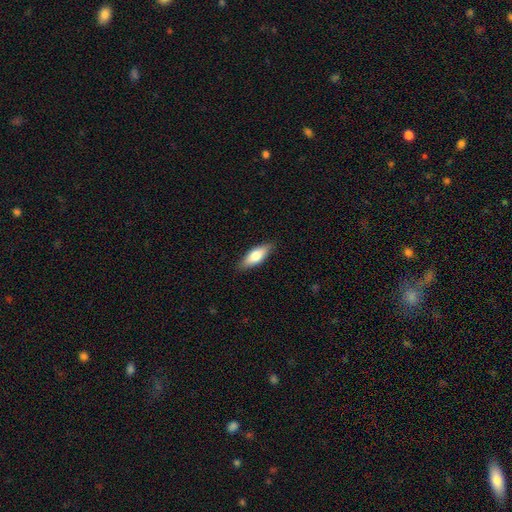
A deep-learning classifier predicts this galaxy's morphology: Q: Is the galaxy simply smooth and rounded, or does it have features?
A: smooth — 71%.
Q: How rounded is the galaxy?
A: in between — 68%.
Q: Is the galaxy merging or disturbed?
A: none — 86%.